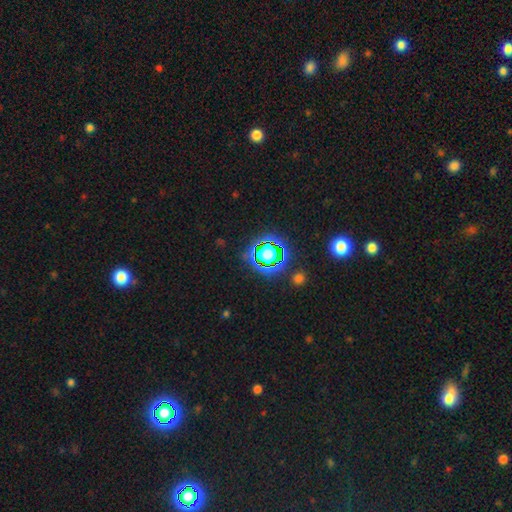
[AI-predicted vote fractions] Smooth or featured: star or artifact — 80% (smooth — 13%)